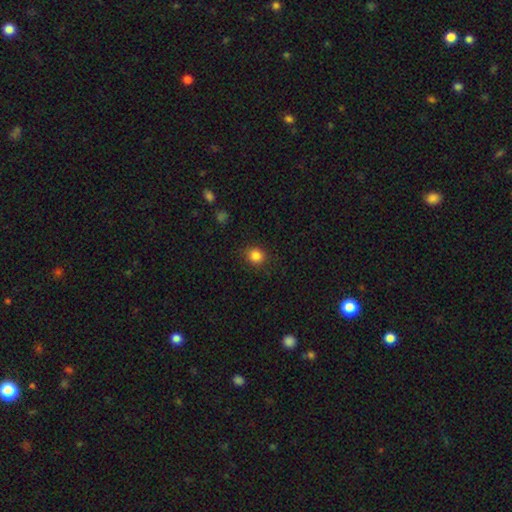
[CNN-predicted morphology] smooth_or_featured: smooth (p=0.84) [alt: star or artifact p=0.12]
how_rounded: round (p=0.81) [alt: in between p=0.18]
merging: none (p=0.85) [alt: minor disturbance p=0.10]